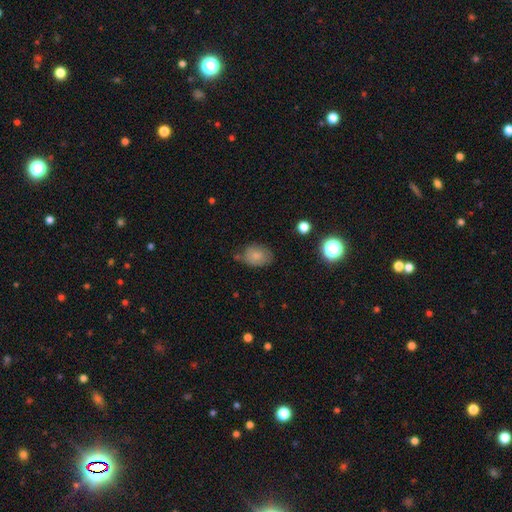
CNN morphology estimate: The model was most divided on "merging": none: 65%, minor disturbance: 24%, major disturbance: 6%, merger: 4%. More confident: smooth or featured — smooth (78%); how rounded — in between (70%).